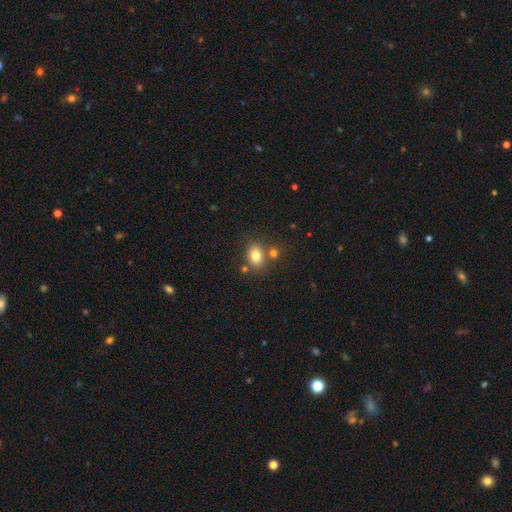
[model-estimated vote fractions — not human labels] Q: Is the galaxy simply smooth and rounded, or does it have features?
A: smooth — 79%.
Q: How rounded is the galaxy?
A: in between — 55%.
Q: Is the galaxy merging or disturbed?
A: none — 67%.